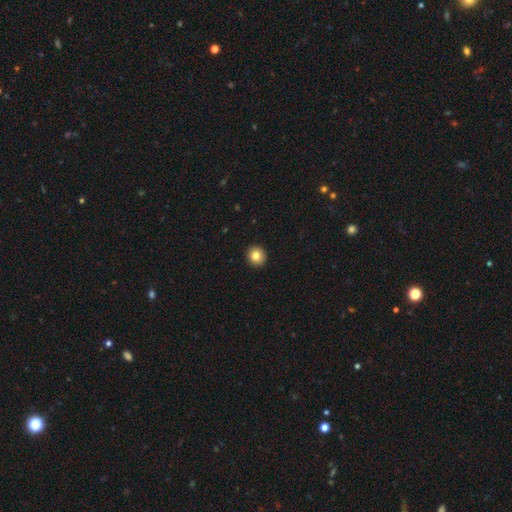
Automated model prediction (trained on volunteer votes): The model was most divided on "smooth or featured": smooth: 82%, star or artifact: 10%, featured or disk: 9%. More confident: merging — none (93%); how rounded — round (89%).